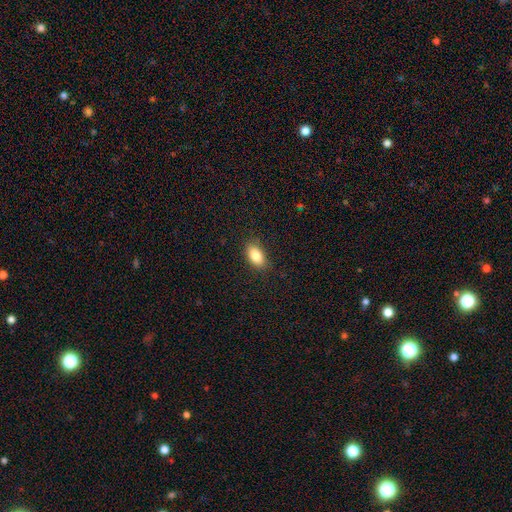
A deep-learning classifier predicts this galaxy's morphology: Smooth or featured?
  - smooth: 85% *
  - star or artifact: 8%
  - featured or disk: 7%
How rounded?
  - in between: 90% *
  - round: 7%
  - cigar-shaped: 3%
Merging?
  - none: 86% *
  - minor disturbance: 10%
  - major disturbance: 3%
  - merger: 1%